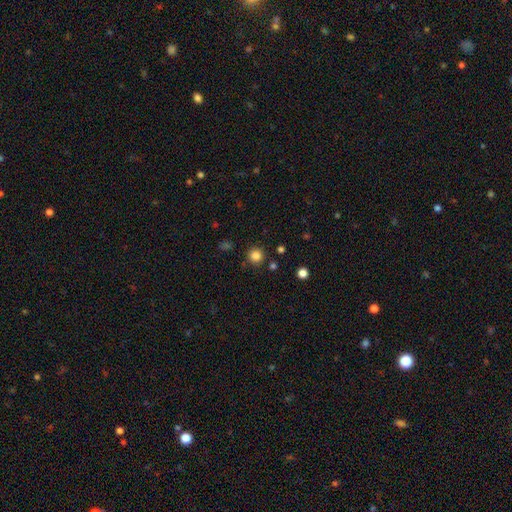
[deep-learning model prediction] smooth 84%, star or artifact 13%, featured or disk 4%. Down the decision tree: how rounded — round (94%); merging — none (87%).